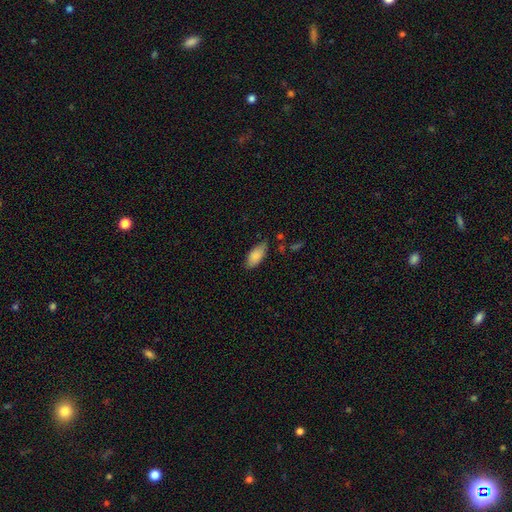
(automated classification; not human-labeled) This is clearly a smooth galaxy (86%). How rounded: clearly in between (90%). Merging: likely none (71%).